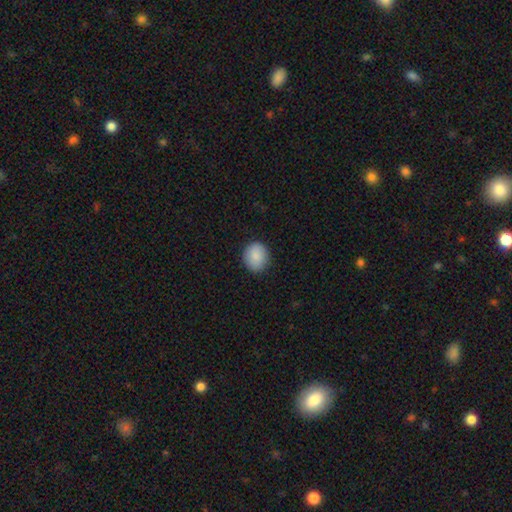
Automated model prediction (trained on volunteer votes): Morphology: type=smooth (89%); roundness=round (73%); merging=none (88%).